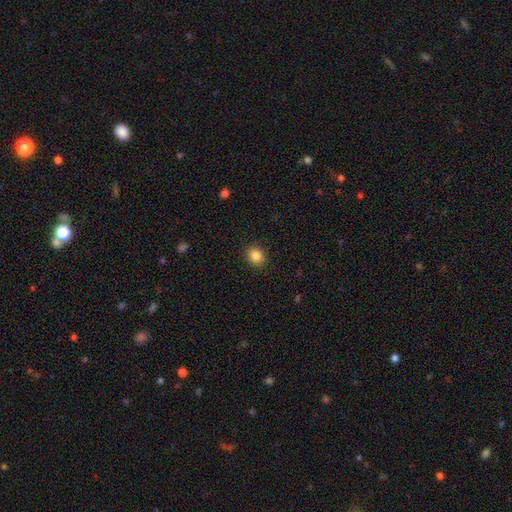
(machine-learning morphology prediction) smooth 85%, star or artifact 10%, featured or disk 5%. Down the decision tree: how rounded — round (67%); merging — none (90%).